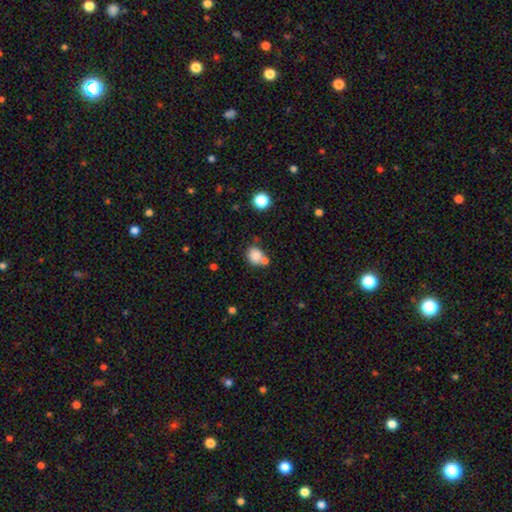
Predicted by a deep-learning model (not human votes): The model was most divided on "merging": none: 51%, merger: 31%, minor disturbance: 13%, major disturbance: 5%. More confident: smooth or featured — smooth (82%); how rounded — round (72%).